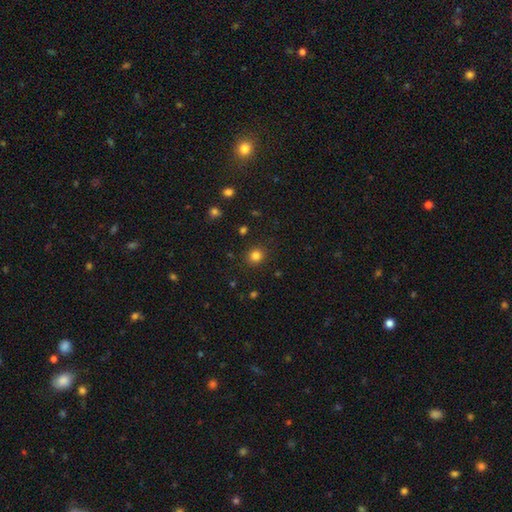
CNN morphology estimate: Smooth or featured? smooth (82%)
How rounded? round (85%)
Merging? none (89%)